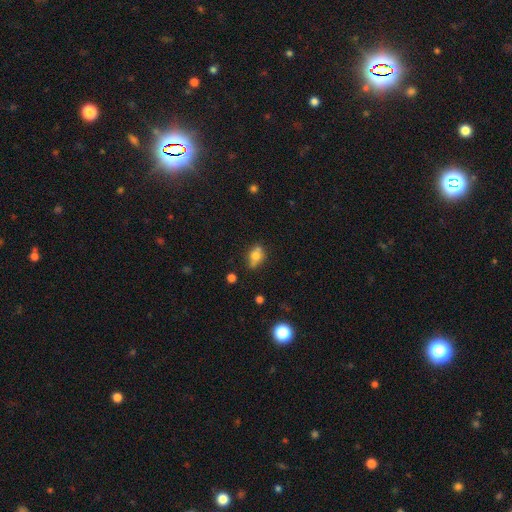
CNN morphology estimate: smooth-or-featured: smooth: 68% | featured or disk: 20% | star or artifact: 12%
  how-rounded: in between: 59% | round: 37% | cigar-shaped: 3%
  merging: none: 56% | minor disturbance: 23% | merger: 15% | major disturbance: 7%